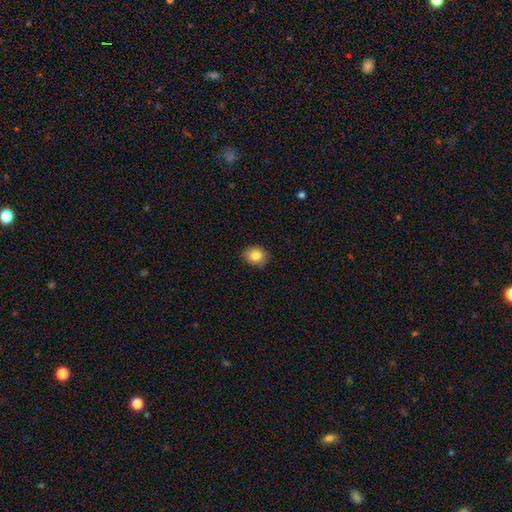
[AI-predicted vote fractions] A smooth galaxy with no disk features (84%) that is round (58%).

Vote fractions:
- Smooth or featured? smooth: 84% / star or artifact: 9% / featured or disk: 6%
- How rounded? round: 58% / in between: 41% / cigar-shaped: 1%
- Merging? none: 84% / minor disturbance: 13% / major disturbance: 2% / merger: 1%